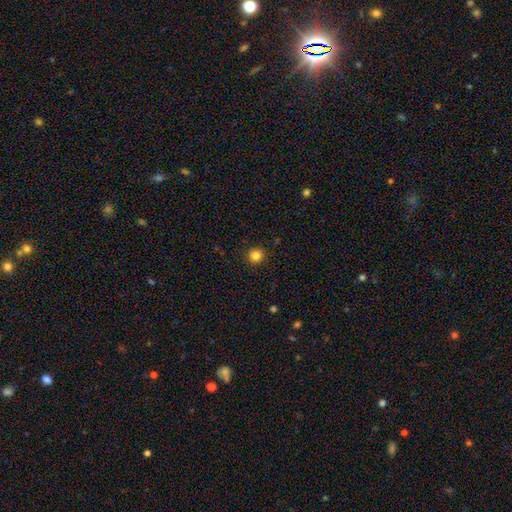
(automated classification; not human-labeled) Smooth or featured? smooth (84%)
How rounded? round (93%)
Merging? none (91%)